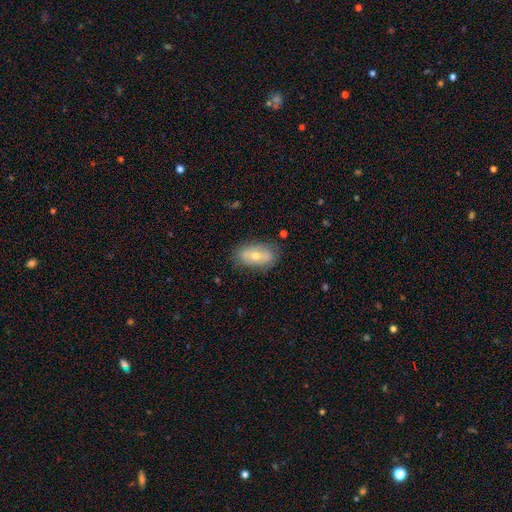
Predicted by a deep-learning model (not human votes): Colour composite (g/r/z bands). It shows a smooth galaxy with no disk features (49%). Merging: none (77%).